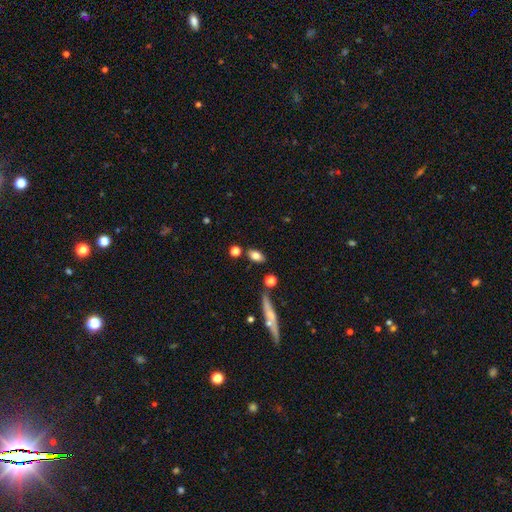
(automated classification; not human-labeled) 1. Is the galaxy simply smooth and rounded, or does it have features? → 77% smooth, 14% featured or disk, 9% star or artifact.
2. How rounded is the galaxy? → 83% in between, 8% cigar-shaped, 8% round.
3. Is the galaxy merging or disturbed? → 77% none, 12% minor disturbance, 8% merger, 4% major disturbance.